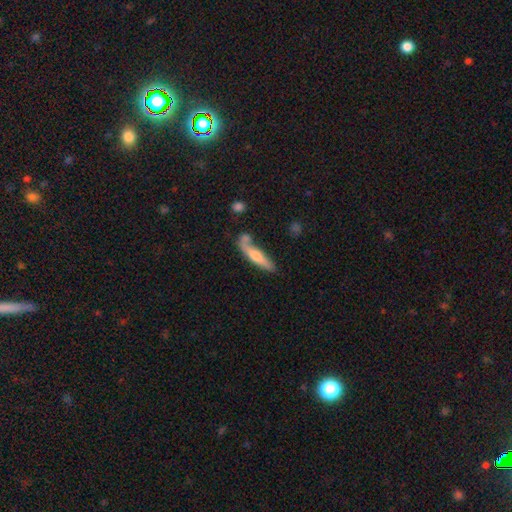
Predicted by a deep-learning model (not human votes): This is possibly a smooth galaxy (53%). How rounded: clearly cigar-shaped (82%). Merging: possibly none (55%).